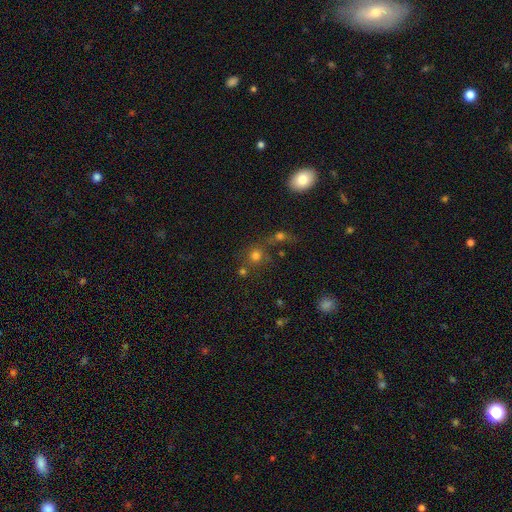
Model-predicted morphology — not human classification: smooth_or_featured: smooth (p=0.72) [alt: star or artifact p=0.19]
how_rounded: round (p=0.88) [alt: in between p=0.11]
merging: none (p=0.55) [alt: merger p=0.29]